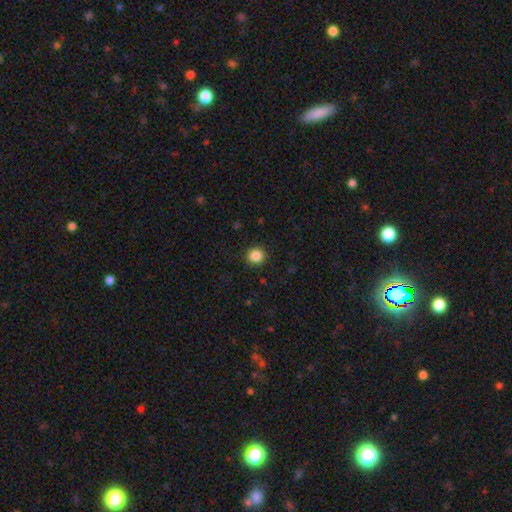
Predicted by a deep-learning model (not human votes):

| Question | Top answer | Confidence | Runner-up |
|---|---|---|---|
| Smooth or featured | smooth | 87% | star or artifact (10%) |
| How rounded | round | 93% | in between (6%) |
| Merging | none | 92% | minor disturbance (5%) |